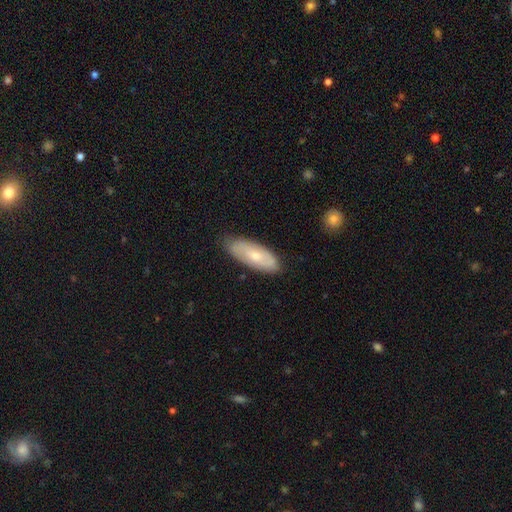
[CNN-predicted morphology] This appears to be a smooth galaxy with no disk features (56%) that is in between round and cigar-shaped (75%). Merging: none (77%).